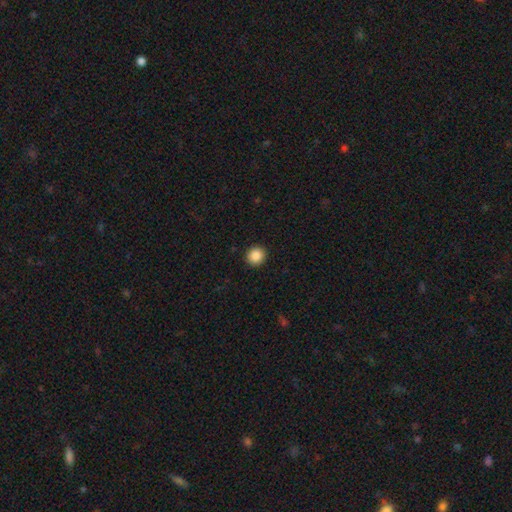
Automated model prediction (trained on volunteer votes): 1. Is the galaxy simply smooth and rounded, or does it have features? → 88% smooth, 9% star or artifact, 3% featured or disk.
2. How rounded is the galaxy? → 90% round, 9% in between, 1% cigar-shaped.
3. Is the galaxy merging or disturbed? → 93% none, 5% minor disturbance, 2% major disturbance, 1% merger.